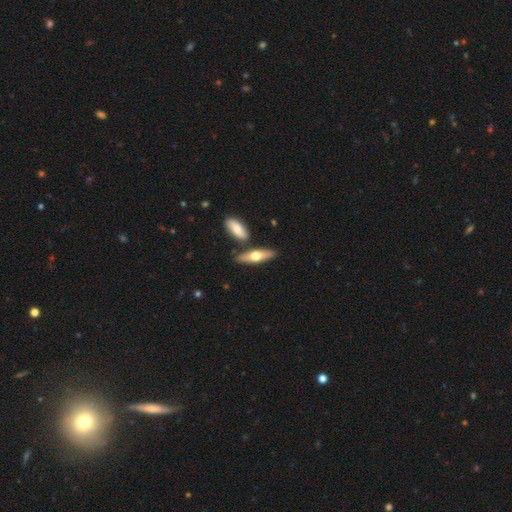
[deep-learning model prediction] A smooth galaxy with no disk features (54%) that is cigar-shaped (54%).

Vote fractions:
- Smooth or featured? smooth: 54% / featured or disk: 40% / star or artifact: 5%
- How rounded? cigar-shaped: 54% / in between: 43% / round: 3%
- Merging? none: 74% / merger: 13% / minor disturbance: 11% / major disturbance: 3%